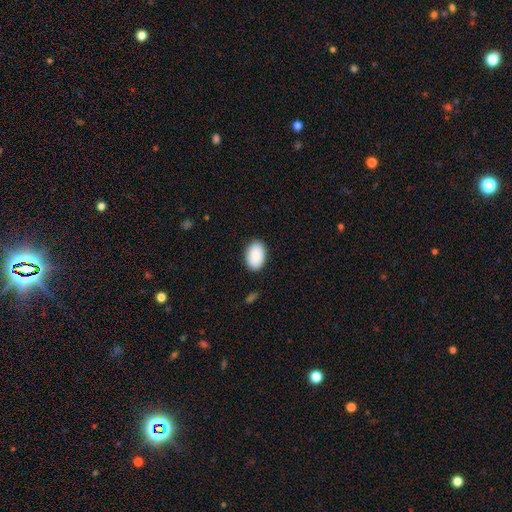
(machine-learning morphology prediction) smooth 87%, featured or disk 7%, star or artifact 6%. Down the decision tree: how rounded — in between (90%); merging — none (87%).